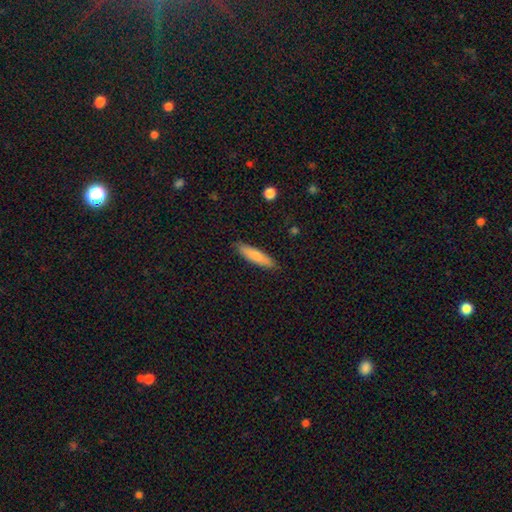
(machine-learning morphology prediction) This appears to be a smooth galaxy with no disk features (80%) that is cigar-shaped (72%). Merging: none (87%).